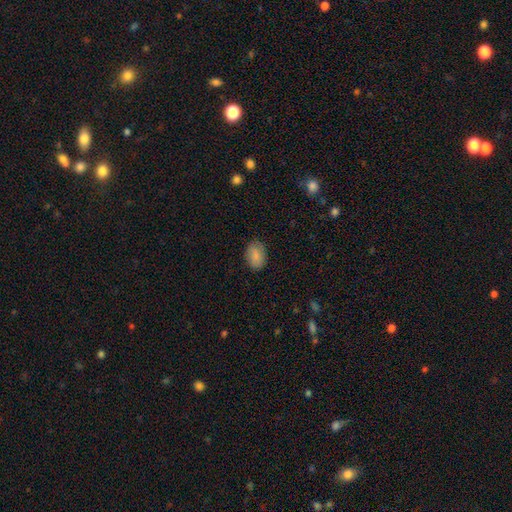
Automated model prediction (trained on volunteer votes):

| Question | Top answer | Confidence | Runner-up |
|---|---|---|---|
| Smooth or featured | smooth | 87% | star or artifact (7%) |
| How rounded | in between | 84% | round (14%) |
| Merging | none | 82% | minor disturbance (14%) |